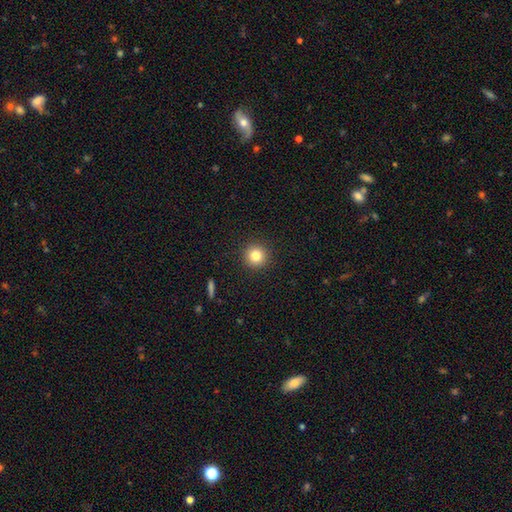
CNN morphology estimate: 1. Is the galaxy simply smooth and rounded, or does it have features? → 81% smooth, 11% star or artifact, 7% featured or disk.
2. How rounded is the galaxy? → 96% round, 4% in between, 1% cigar-shaped.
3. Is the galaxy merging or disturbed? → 92% none, 5% minor disturbance, 2% major disturbance, 1% merger.